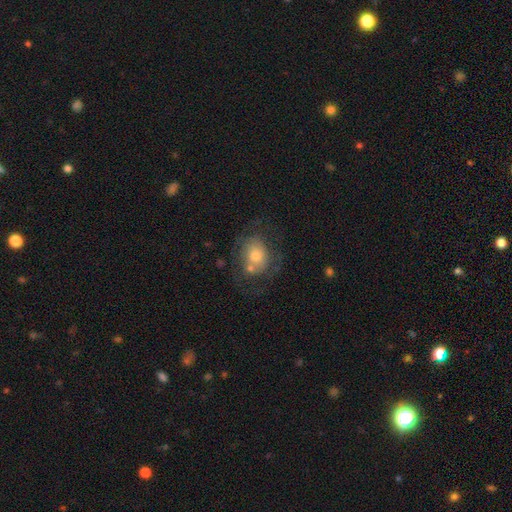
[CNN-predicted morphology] Smooth or featured? Predicted: smooth (p=0.53). How rounded? Predicted: round (p=0.60). Merging? Predicted: none (p=0.48).